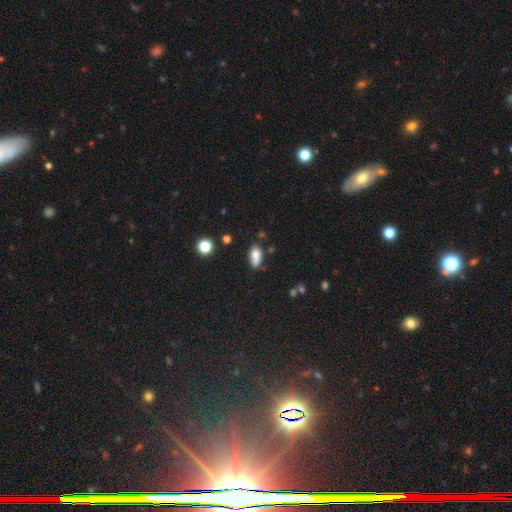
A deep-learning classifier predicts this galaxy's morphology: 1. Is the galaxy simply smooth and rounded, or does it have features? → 80% smooth, 10% featured or disk, 10% star or artifact.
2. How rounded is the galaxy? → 87% in between, 8% cigar-shaped, 5% round.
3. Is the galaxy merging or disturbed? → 63% none, 25% minor disturbance, 7% merger, 6% major disturbance.